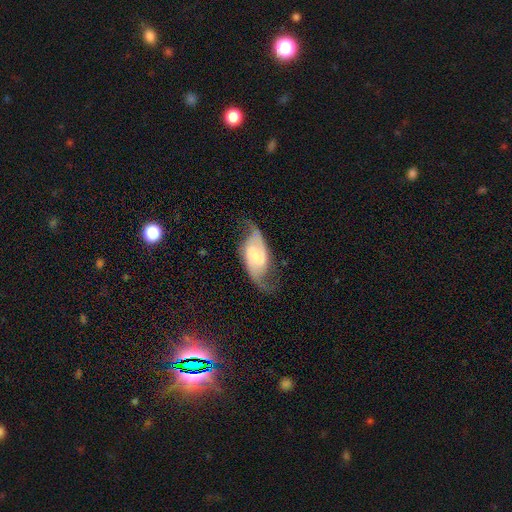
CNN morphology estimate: Smooth or featured? featured or disk (84%)
Edge-on disk? no (96%)
Bar? weak (44%)
Spiral arms? yes (96%)
Spiral winding? loose (51%)
Spiral arm count? 2 (92%)
Bulge size? small (52%)
Merging? none (71%)